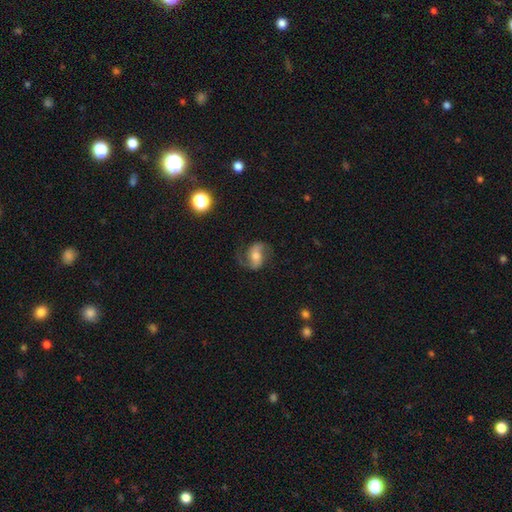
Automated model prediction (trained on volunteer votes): Smooth or featured? featured or disk (80%)
Edge-on disk? no (97%)
Bar? weak (41%)
Spiral arms? yes (96%)
Spiral winding? medium (45%)
Spiral arm count? 2 (90%)
Bulge size? moderate (55%)
Merging? none (73%)